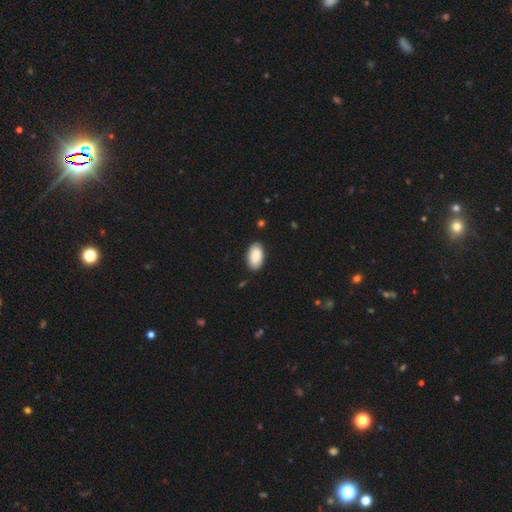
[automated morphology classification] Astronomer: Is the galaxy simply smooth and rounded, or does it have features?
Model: smooth — 86%.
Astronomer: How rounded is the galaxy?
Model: in between — 95%.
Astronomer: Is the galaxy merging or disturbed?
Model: none — 83%.